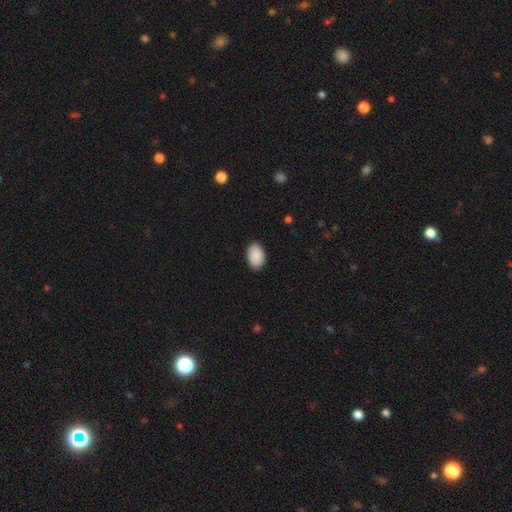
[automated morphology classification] The model was most divided on "merging": none: 90%, minor disturbance: 8%, major disturbance: 2%, merger: 1%. More confident: smooth or featured — smooth (91%); how rounded — in between (91%).